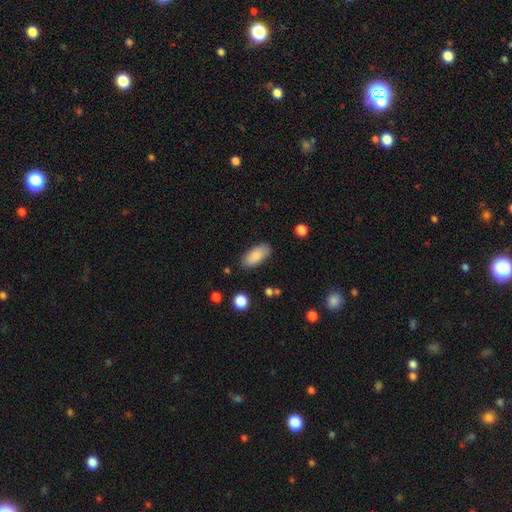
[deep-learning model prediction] Q: Smooth or featured?
A: smooth (85%); runner-up: featured or disk (9%)
Q: How rounded?
A: in between (89%); runner-up: cigar-shaped (9%)
Q: Merging?
A: none (83%); runner-up: minor disturbance (12%)